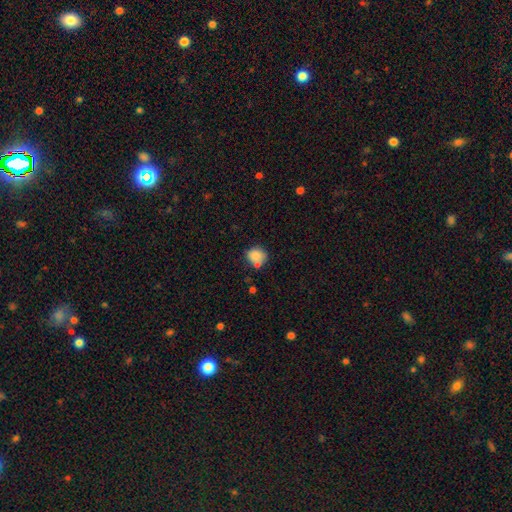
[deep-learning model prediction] Q: Smooth or featured?
A: smooth (84%); runner-up: star or artifact (9%)
Q: How rounded?
A: round (77%); runner-up: in between (22%)
Q: Merging?
A: none (59%); runner-up: minor disturbance (18%)